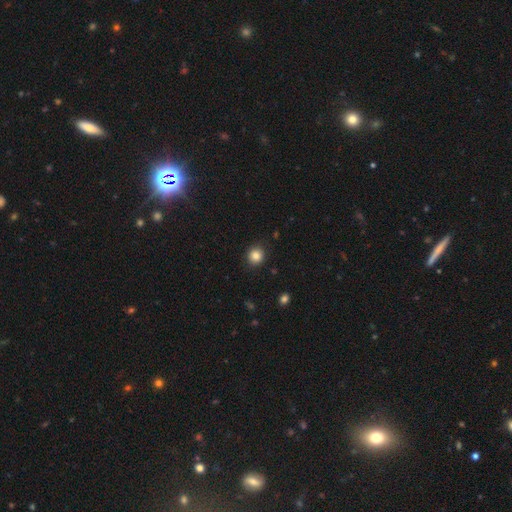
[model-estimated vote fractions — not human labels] Smooth or featured?
  - smooth: 85% *
  - star or artifact: 11%
  - featured or disk: 4%
How rounded?
  - round: 89% *
  - in between: 10%
  - cigar-shaped: 1%
Merging?
  - none: 90% *
  - minor disturbance: 7%
  - major disturbance: 2%
  - merger: 1%